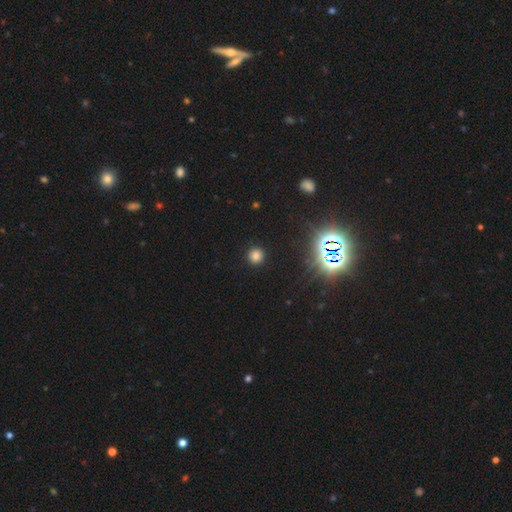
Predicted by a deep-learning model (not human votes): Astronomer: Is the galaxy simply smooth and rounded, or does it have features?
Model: smooth — 75%.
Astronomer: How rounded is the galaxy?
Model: round — 94%.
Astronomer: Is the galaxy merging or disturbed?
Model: none — 92%.